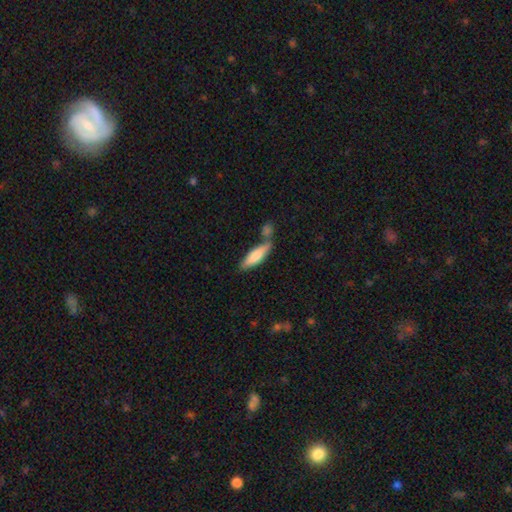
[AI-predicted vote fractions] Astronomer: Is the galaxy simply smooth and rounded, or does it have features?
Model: smooth — 73%.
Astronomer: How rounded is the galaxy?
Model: cigar-shaped — 61% (runner-up: in between, 37%).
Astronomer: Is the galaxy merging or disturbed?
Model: none — 55%.